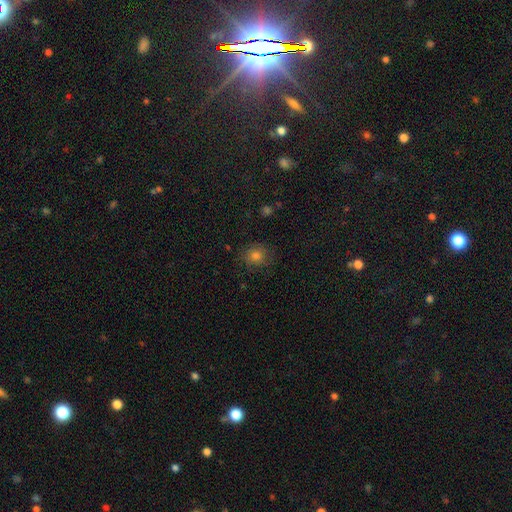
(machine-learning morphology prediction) A smooth galaxy with no disk features (73%) that is round (81%). Merging: none (82%).